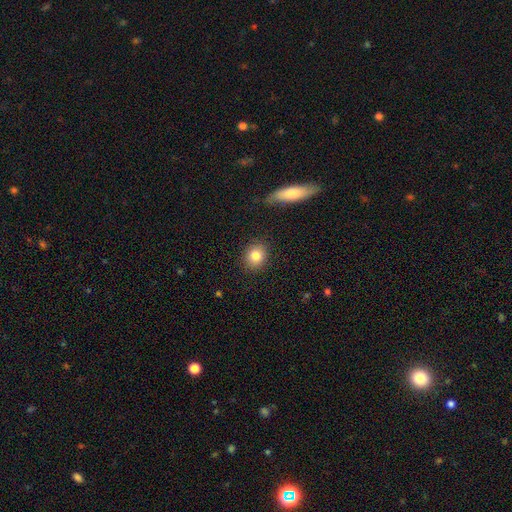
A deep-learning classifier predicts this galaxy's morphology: The model was most divided on "how rounded": round: 68%, in between: 31%, cigar-shaped: 1%. More confident: merging — none (88%); smooth or featured — smooth (83%).